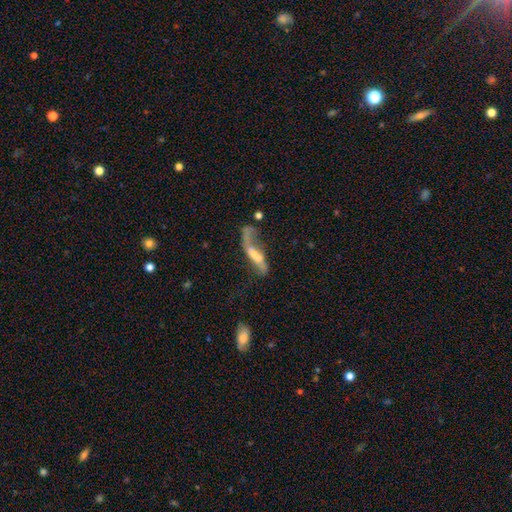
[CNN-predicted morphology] Q: Smooth or featured?
A: featured or disk (59%); runner-up: smooth (32%)
Q: Edge-on disk?
A: no (76%); runner-up: yes (24%)
Q: Merging?
A: major disturbance (36%); runner-up: none (27%)